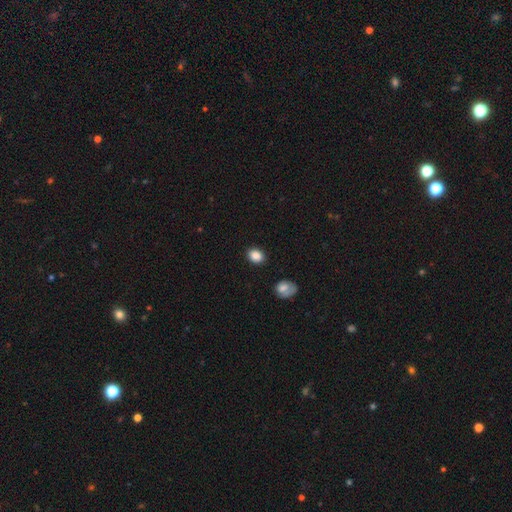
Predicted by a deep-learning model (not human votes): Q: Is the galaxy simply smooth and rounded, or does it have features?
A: smooth — 87%.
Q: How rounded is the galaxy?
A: in between — 63%.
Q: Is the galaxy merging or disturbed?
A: none — 86%.